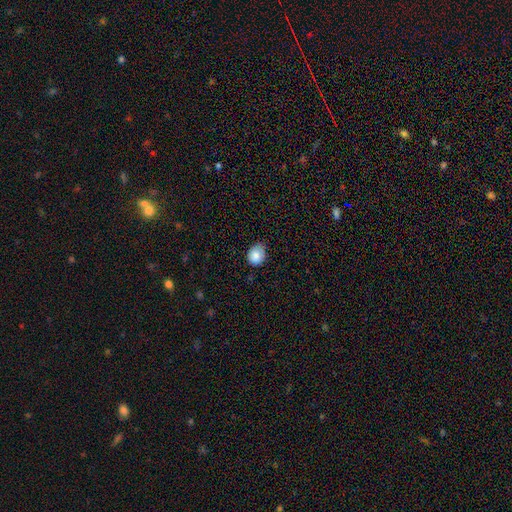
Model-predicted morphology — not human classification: The model was most divided on "how rounded": round: 62%, in between: 37%, cigar-shaped: 1%. More confident: smooth or featured — smooth (85%); merging — none (63%).